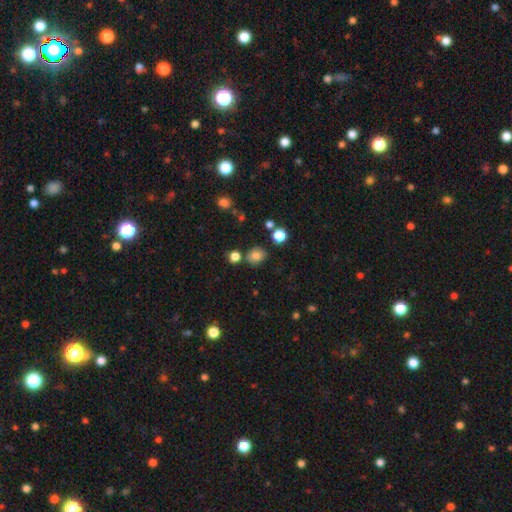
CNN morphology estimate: This appears to be a smooth galaxy with no disk features (78%) that is round (67%). Merging: none (76%).